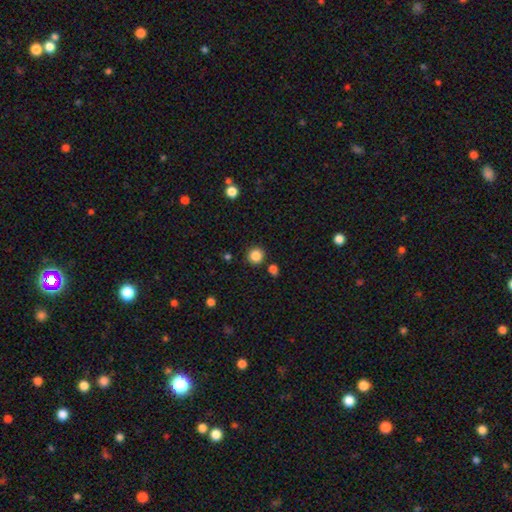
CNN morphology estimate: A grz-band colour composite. It shows a smooth galaxy with no disk features (86%) that is round (93%). Merging: none (86%).